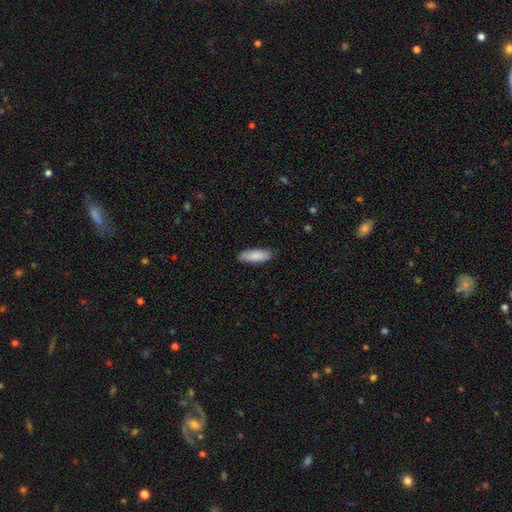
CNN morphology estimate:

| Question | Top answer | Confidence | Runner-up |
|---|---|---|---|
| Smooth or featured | smooth | 86% | featured or disk (9%) |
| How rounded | in between | 62% | cigar-shaped (37%) |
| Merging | none | 86% | minor disturbance (11%) |